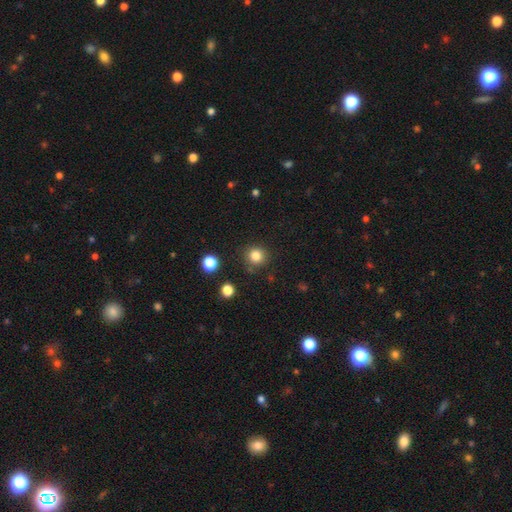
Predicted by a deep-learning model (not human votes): A smooth galaxy with no disk features (83%) that is round (90%). Merging: none (85%).